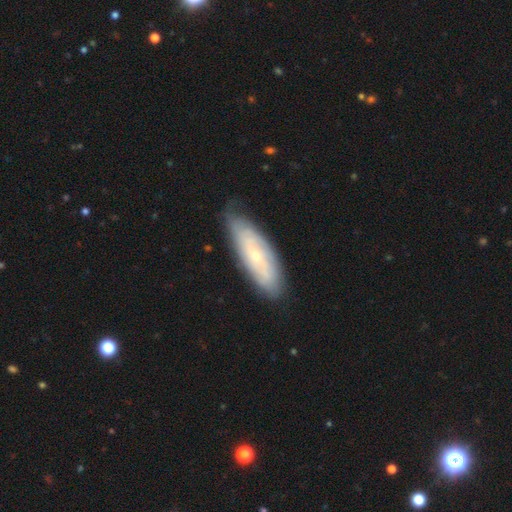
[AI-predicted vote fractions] Smooth or featured: featured or disk — 58% (smooth — 36%)
Edge-on disk: no — 79% (yes — 21%)
Merging: none — 75% (minor disturbance — 20%)